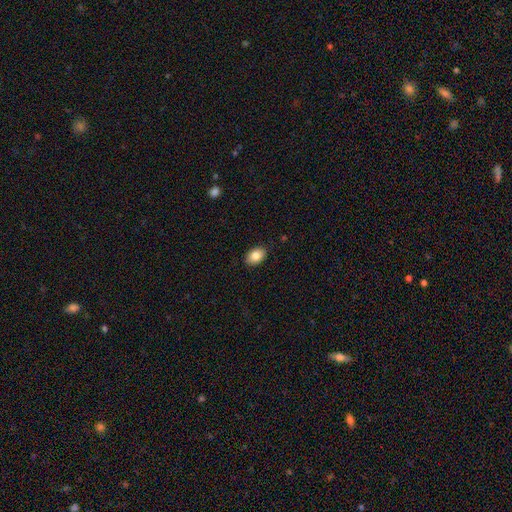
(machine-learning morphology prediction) A smooth galaxy with no disk features (85%) that is in between round and cigar-shaped (85%).

Vote fractions:
- Smooth or featured? smooth: 85% / star or artifact: 8% / featured or disk: 7%
- How rounded? in between: 85% / round: 14% / cigar-shaped: 1%
- Merging? none: 88% / minor disturbance: 9% / major disturbance: 2% / merger: 1%